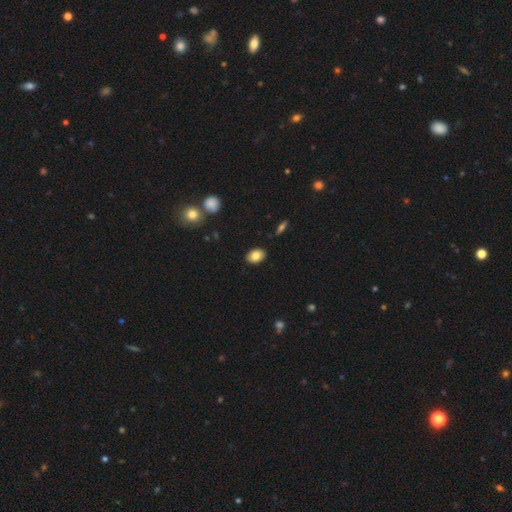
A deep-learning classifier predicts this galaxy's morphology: type=smooth (81%); roundness=in between (84%); merging=none (88%).